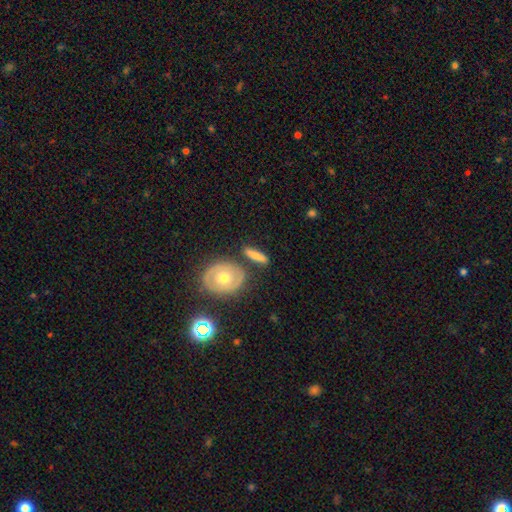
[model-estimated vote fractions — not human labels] A smooth galaxy with no disk features (66%) that is cigar-shaped (52%). Merging: none (76%).